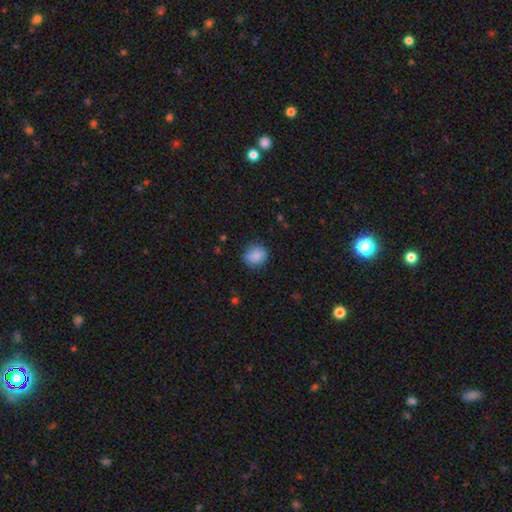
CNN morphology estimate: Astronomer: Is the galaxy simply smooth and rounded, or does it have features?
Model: smooth — 85%.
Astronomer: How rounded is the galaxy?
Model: round — 76%.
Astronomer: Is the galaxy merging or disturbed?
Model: none — 78%.